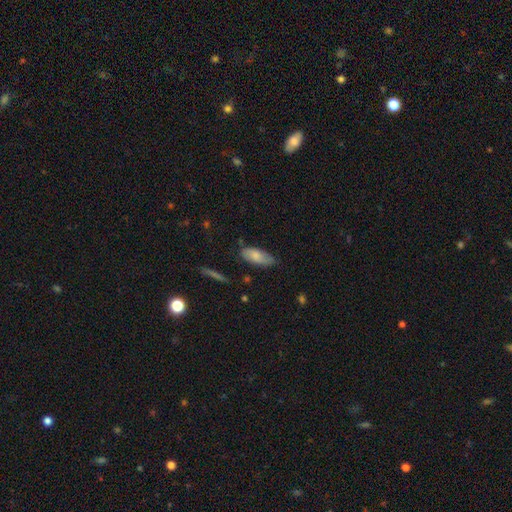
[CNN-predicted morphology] Overall: smooth (76%). How rounded: in between (83%). Merging: none (69%).